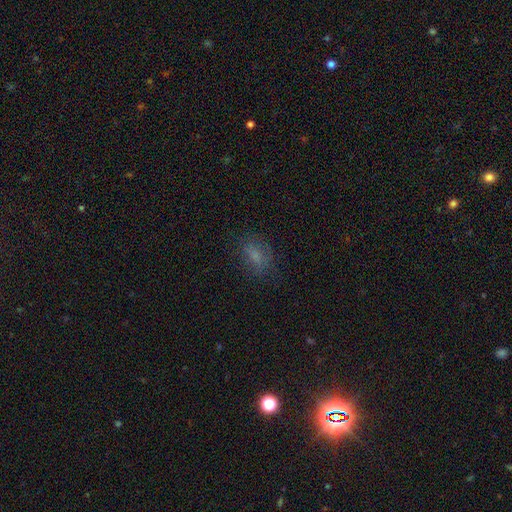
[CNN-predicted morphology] Overall: smooth (69%). How rounded: in between (78%). Merging: none (72%).